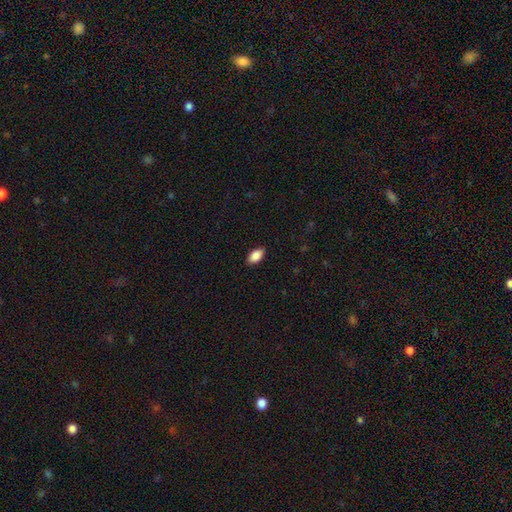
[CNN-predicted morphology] Smooth or featured?
  - smooth: 88% *
  - star or artifact: 7%
  - featured or disk: 5%
How rounded?
  - in between: 93% *
  - round: 4%
  - cigar-shaped: 3%
Merging?
  - none: 88% *
  - minor disturbance: 9%
  - major disturbance: 2%
  - merger: 1%